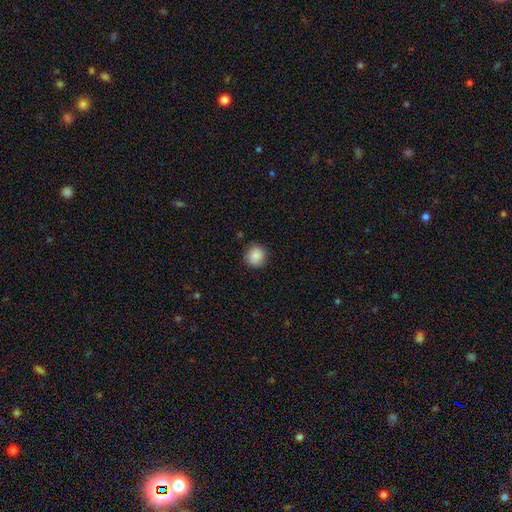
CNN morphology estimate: Smooth or featured? smooth (87%)
How rounded? round (92%)
Merging? none (87%)